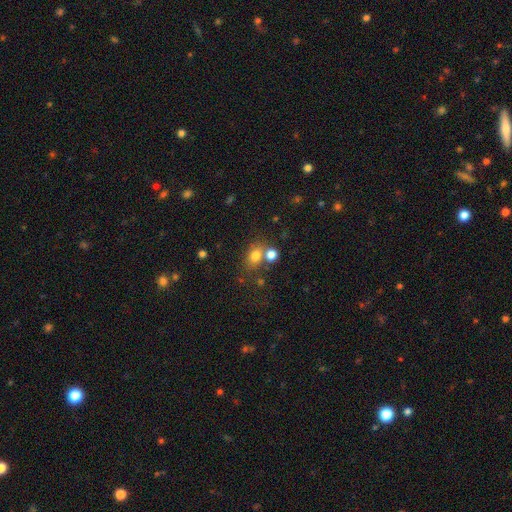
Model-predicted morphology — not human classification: A smooth galaxy with no disk features (77%) that is in between round and cigar-shaped (56%). Merging: none (52%).